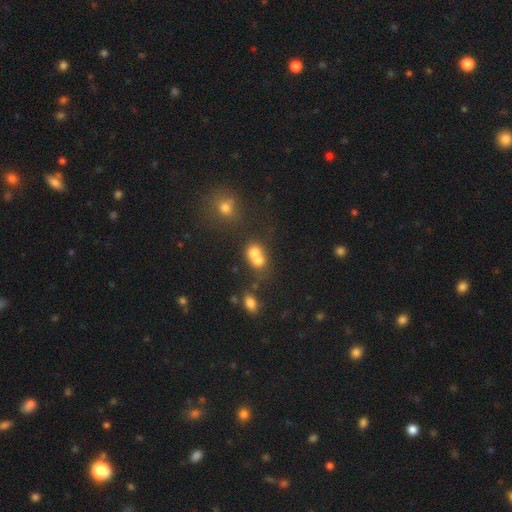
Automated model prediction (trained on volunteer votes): Smooth or featured? Predicted: smooth (p=0.70). How rounded? Predicted: round (p=0.66). Merging? Predicted: merger (p=0.67).